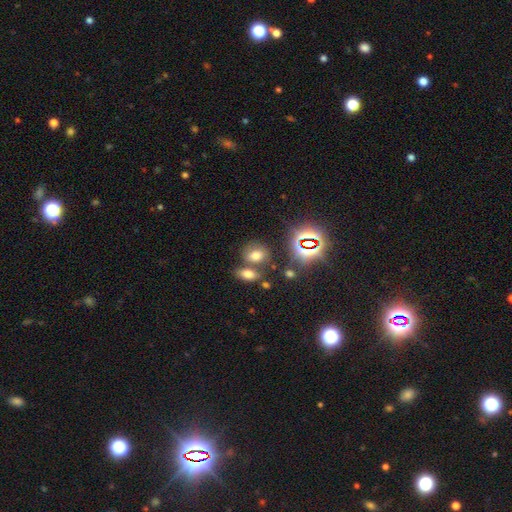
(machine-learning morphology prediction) Overall: smooth (62%; star or artifact 27%). How rounded: in between (62%; round 36%). Merging: none (58%; merger 27%).